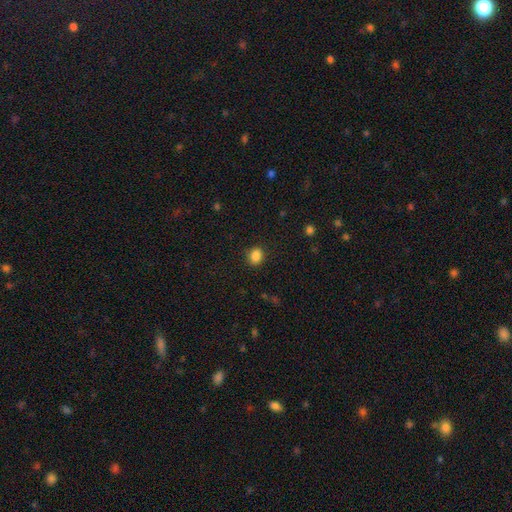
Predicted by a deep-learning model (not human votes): Smooth or featured? smooth (87%)
How rounded? round (51%)
Merging? none (87%)